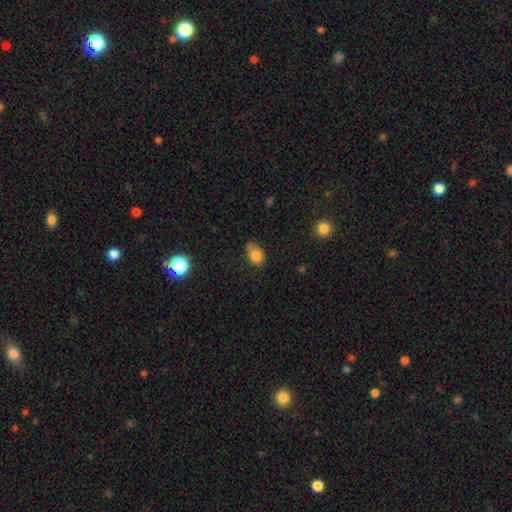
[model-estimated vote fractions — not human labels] Morphology: type=smooth (81%); roundness=in between (65%); merging=none (53%).